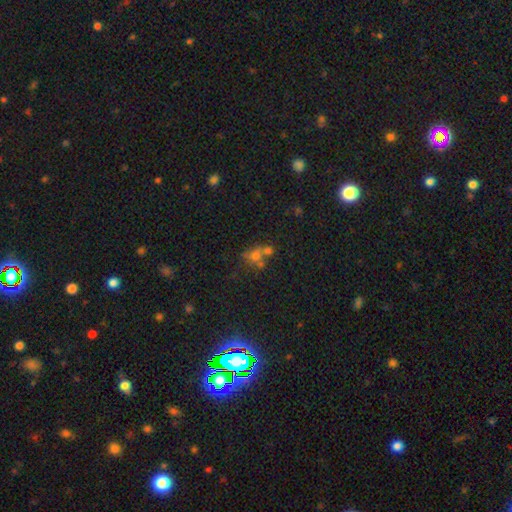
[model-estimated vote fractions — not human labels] Q: Smooth or featured?
A: smooth (54%); runner-up: star or artifact (25%)
Q: How rounded?
A: round (70%); runner-up: in between (29%)
Q: Merging?
A: merger (42%); runner-up: none (39%)